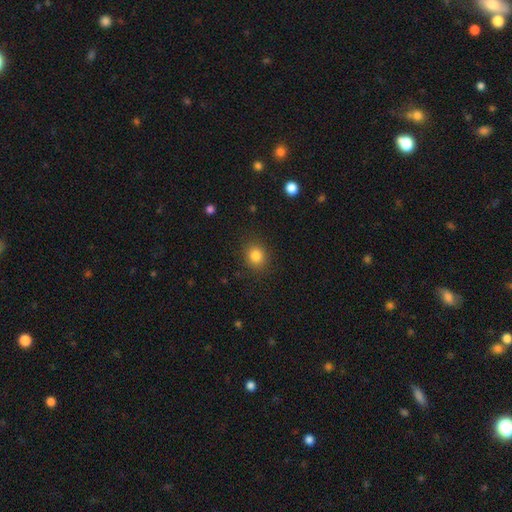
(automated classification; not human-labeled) Smooth or featured: smooth — 84% (star or artifact — 11%)
How rounded: round — 78% (in between — 21%)
Merging: none — 88% (minor disturbance — 8%)